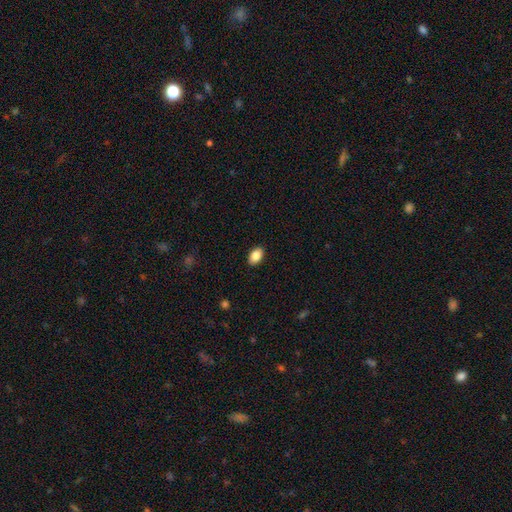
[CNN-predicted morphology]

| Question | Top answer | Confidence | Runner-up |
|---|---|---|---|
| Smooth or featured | smooth | 87% | star or artifact (7%) |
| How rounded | in between | 91% | round (8%) |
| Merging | none | 90% | minor disturbance (8%) |